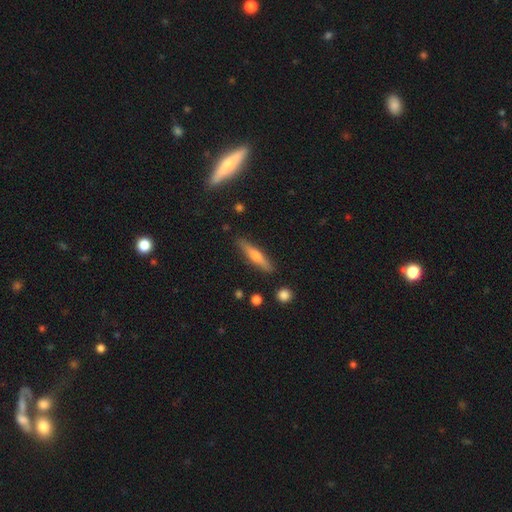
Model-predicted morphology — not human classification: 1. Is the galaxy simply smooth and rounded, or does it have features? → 51% featured or disk, 43% smooth, 7% star or artifact.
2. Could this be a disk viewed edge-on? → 94% yes, 6% no.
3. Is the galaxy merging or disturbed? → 88% none, 9% minor disturbance, 2% merger, 2% major disturbance.